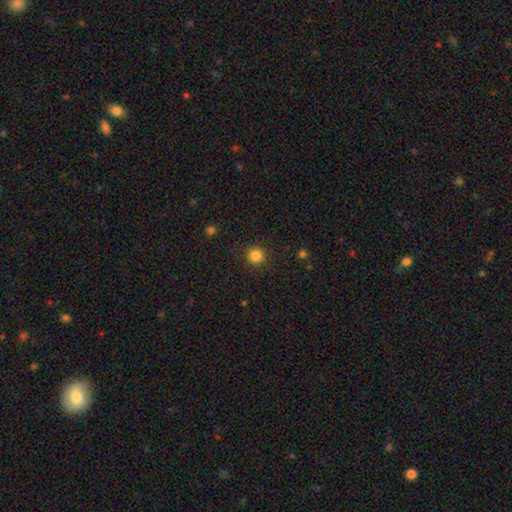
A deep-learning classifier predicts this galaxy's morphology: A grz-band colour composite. It shows a smooth galaxy with no disk features (84%) that is round (93%). Merging: none (91%).